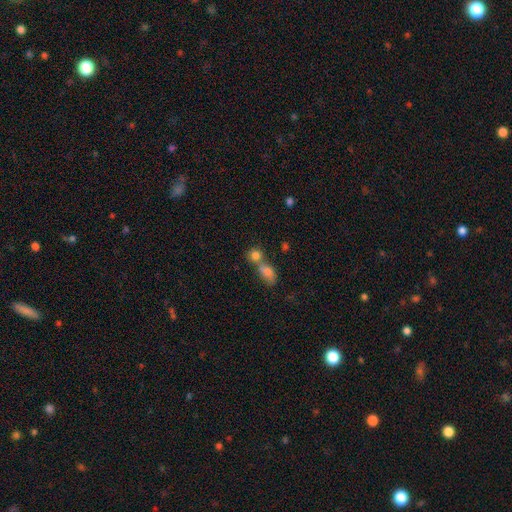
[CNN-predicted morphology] Q: Smooth or featured?
A: smooth (71%); runner-up: star or artifact (16%)
Q: How rounded?
A: round (56%); runner-up: in between (39%)
Q: Merging?
A: merger (51%); runner-up: none (38%)